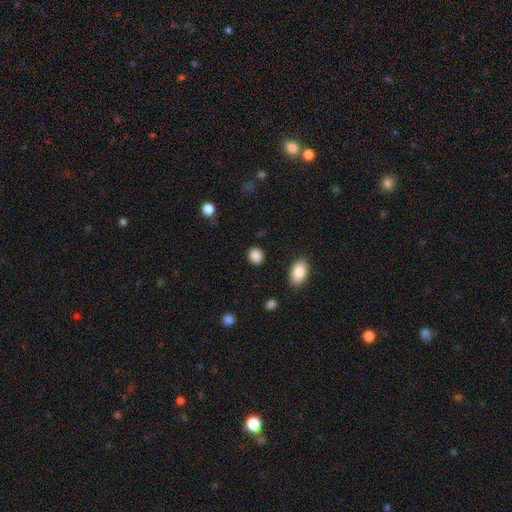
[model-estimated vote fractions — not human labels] This is clearly a smooth galaxy (88%). How rounded: likely round (73%). Merging: clearly none (88%).